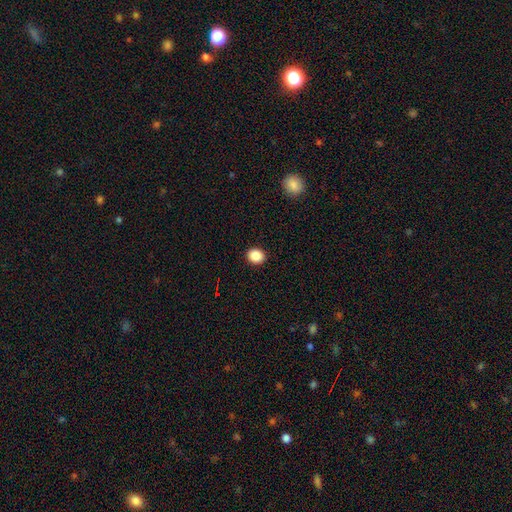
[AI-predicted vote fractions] smooth-or-featured: smooth: 88% | star or artifact: 9% | featured or disk: 3%
  how-rounded: round: 63% | in between: 36% | cigar-shaped: 1%
  merging: none: 92% | minor disturbance: 5% | major disturbance: 2% | merger: 1%